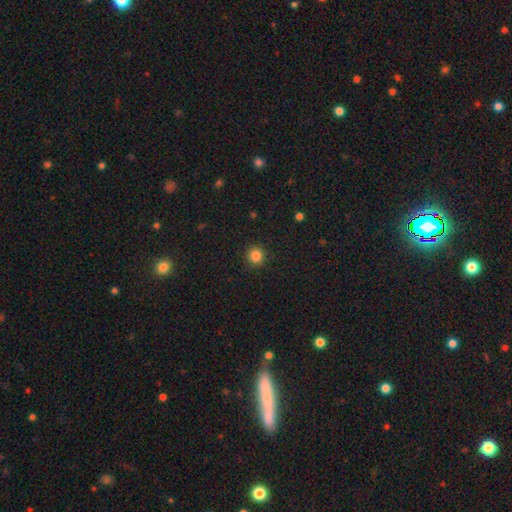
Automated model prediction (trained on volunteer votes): This appears to be a smooth galaxy with no disk features (84%) that is round (94%). Merging: none (92%).